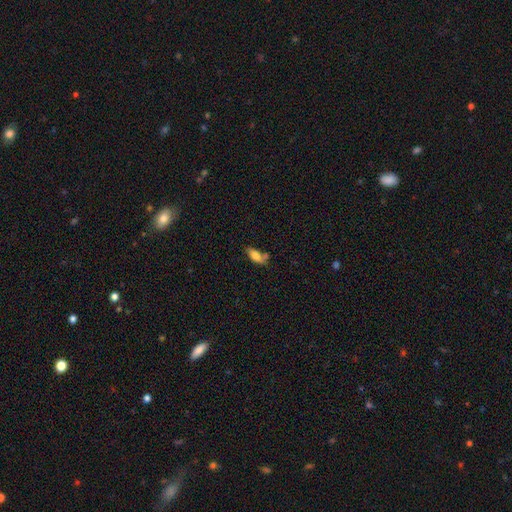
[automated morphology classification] The model was most divided on "merging": none: 55%, minor disturbance: 22%, merger: 17%, major disturbance: 6%. More confident: how rounded — in between (82%); smooth or featured — smooth (74%).